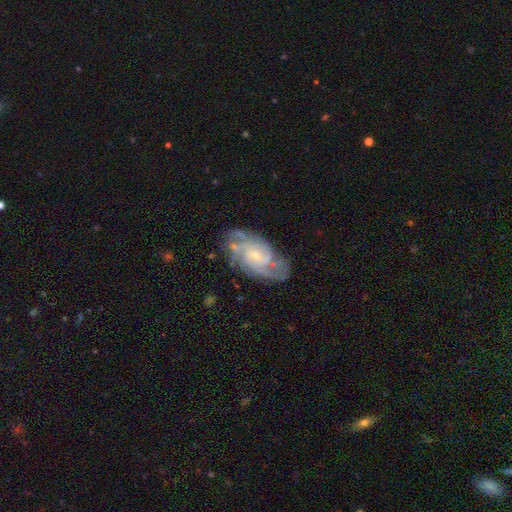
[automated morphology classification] The model was most divided on "spiral arm count": can't tell: 28%, 4: 21%, 3: 21%, 2: 17%, more than 4: 7%, 1: 6%. More confident: edge-on disk — no (96%); spiral arms — yes (96%); smooth or featured — featured or disk (84%); bulge size — small (76%); merging — none (72%); bar — no (66%); spiral winding — tight (54%).